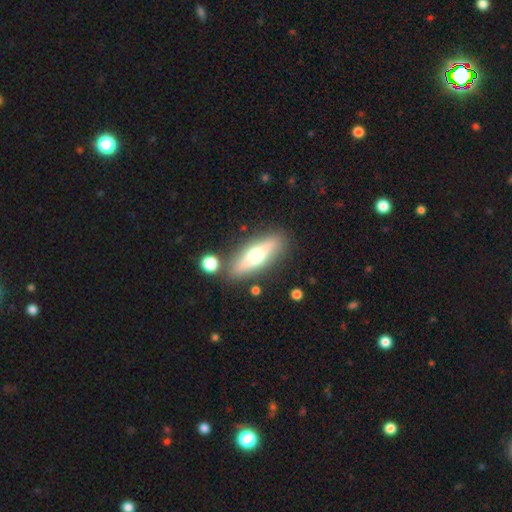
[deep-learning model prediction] Smooth or featured?
  - featured or disk: 55% *
  - smooth: 38%
  - star or artifact: 7%
Edge-on disk?
  - yes: 87% *
  - no: 13%
Merging?
  - none: 83% *
  - minor disturbance: 9%
  - merger: 4%
  - major disturbance: 3%